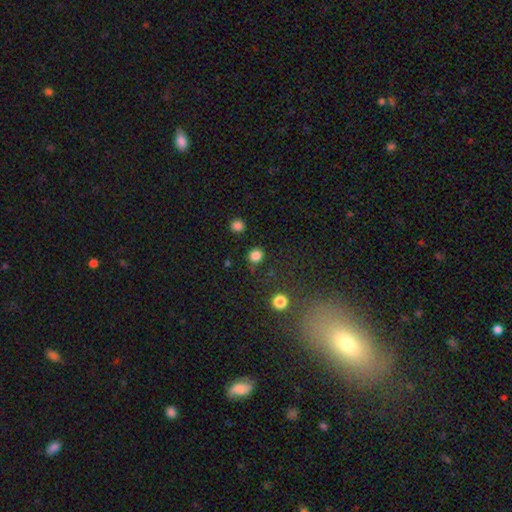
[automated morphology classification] smooth-or-featured: smooth: 83% | star or artifact: 13% | featured or disk: 4%
  how-rounded: round: 78% | in between: 21% | cigar-shaped: 1%
  merging: none: 84% | minor disturbance: 10% | major disturbance: 3% | merger: 3%